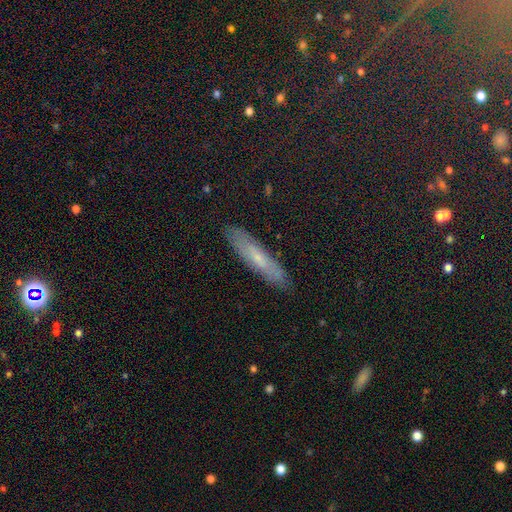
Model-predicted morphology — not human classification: type=smooth (41%); merging=none (88%).